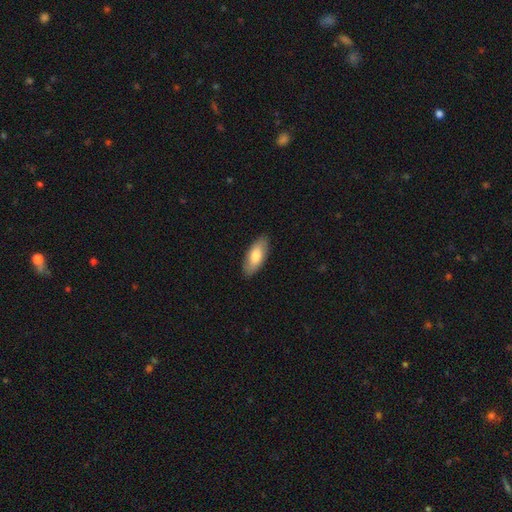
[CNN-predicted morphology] A smooth galaxy with no disk features (78%) that is in between round and cigar-shaped (85%).

Vote fractions:
- Smooth or featured? smooth: 78% / featured or disk: 17% / star or artifact: 5%
- How rounded? in between: 85% / cigar-shaped: 13% / round: 2%
- Merging? none: 88% / minor disturbance: 9% / major disturbance: 2% / merger: 1%